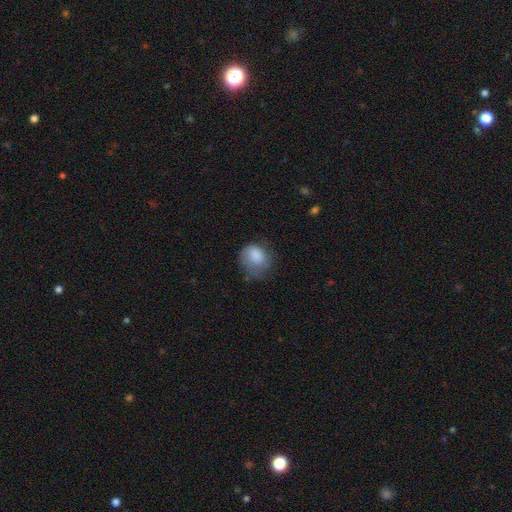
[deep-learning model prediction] This appears to be a smooth galaxy with no disk features (77%) that is round (62%). Merging: none (42%).